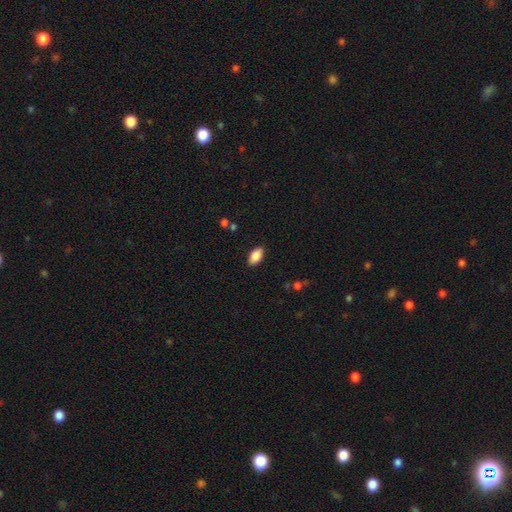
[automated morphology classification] Q: Smooth or featured?
A: smooth (87%); runner-up: star or artifact (7%)
Q: How rounded?
A: in between (94%); runner-up: cigar-shaped (3%)
Q: Merging?
A: none (87%); runner-up: minor disturbance (9%)